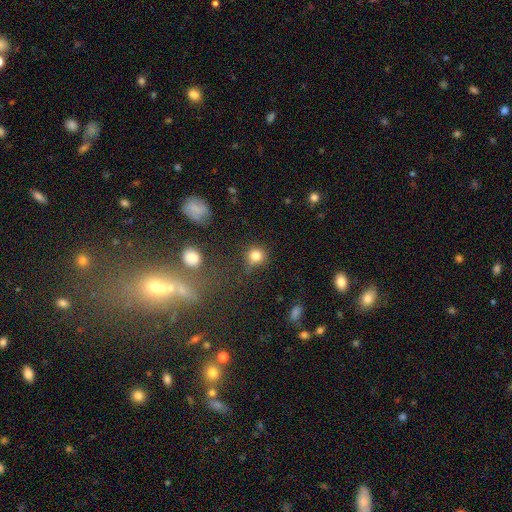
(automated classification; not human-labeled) smooth_or_featured: smooth (p=0.81) [alt: star or artifact p=0.13]
how_rounded: round (p=0.88) [alt: in between p=0.11]
merging: none (p=0.66) [alt: minor disturbance p=0.18]